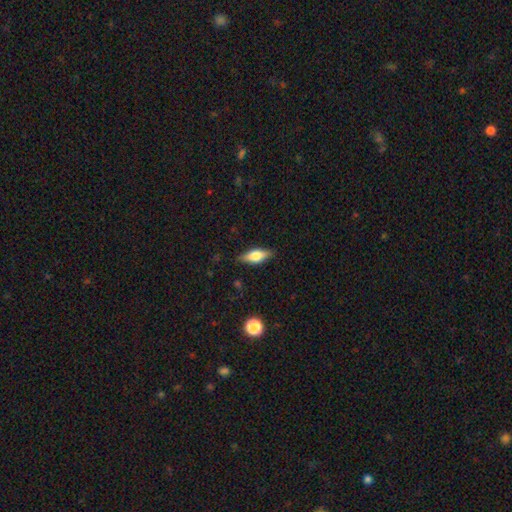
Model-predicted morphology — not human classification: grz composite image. It shows a smooth galaxy with no disk features (58%) that is in between round and cigar-shaped (72%). Merging: none (84%).